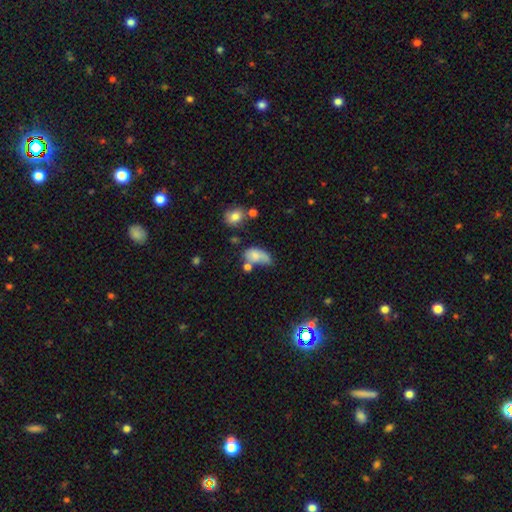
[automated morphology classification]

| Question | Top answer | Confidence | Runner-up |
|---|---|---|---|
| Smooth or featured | smooth | 69% | featured or disk (20%) |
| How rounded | in between | 86% | round (10%) |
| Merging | minor disturbance | 27% | merger (25%) |